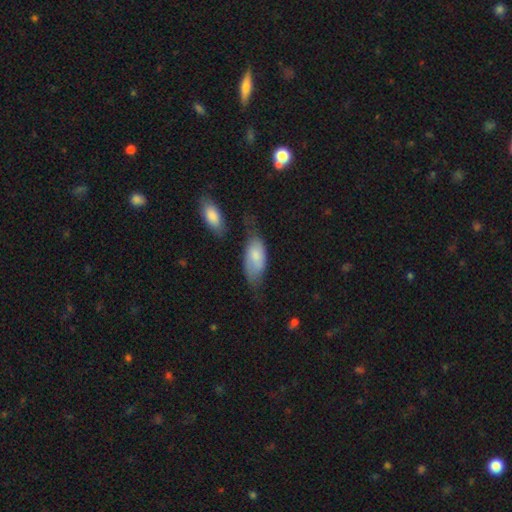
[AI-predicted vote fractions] smooth-or-featured: smooth: 72% | featured or disk: 22% | star or artifact: 6%
  how-rounded: in between: 89% | cigar-shaped: 8% | round: 3%
  merging: none: 40% | minor disturbance: 31% | major disturbance: 15% | merger: 14%